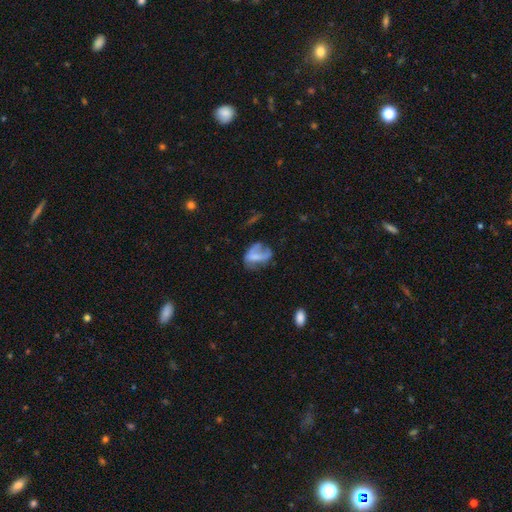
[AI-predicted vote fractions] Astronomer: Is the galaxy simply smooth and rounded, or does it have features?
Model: smooth — 46% (runner-up: featured or disk, 43%).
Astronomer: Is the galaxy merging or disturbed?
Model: major disturbance — 39% (runner-up: none, 31%).